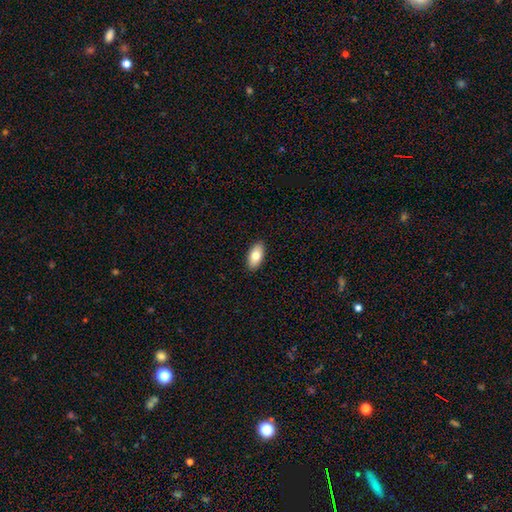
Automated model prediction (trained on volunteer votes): Smooth or featured? smooth (80%)
How rounded? in between (93%)
Merging? none (90%)